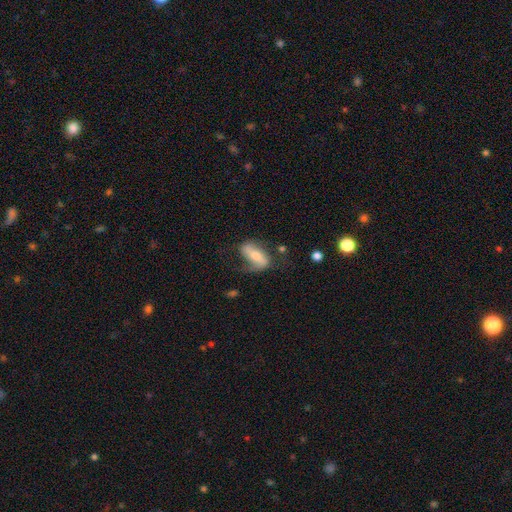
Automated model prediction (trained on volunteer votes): This appears to be a featured or disk galaxy (56%). Merging: none (52%).